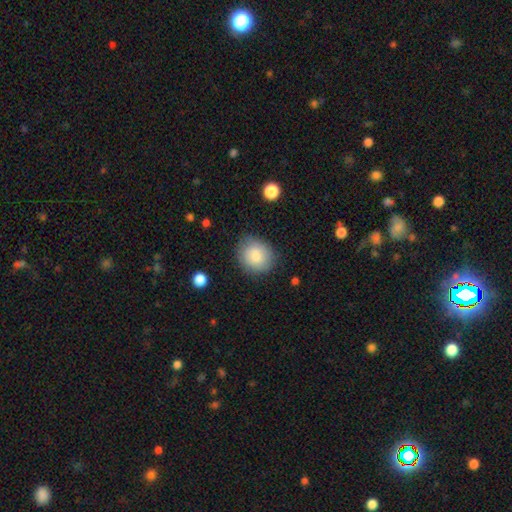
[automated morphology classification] This appears to be a smooth galaxy with no disk features (83%) that is round (73%). Merging: none (80%).